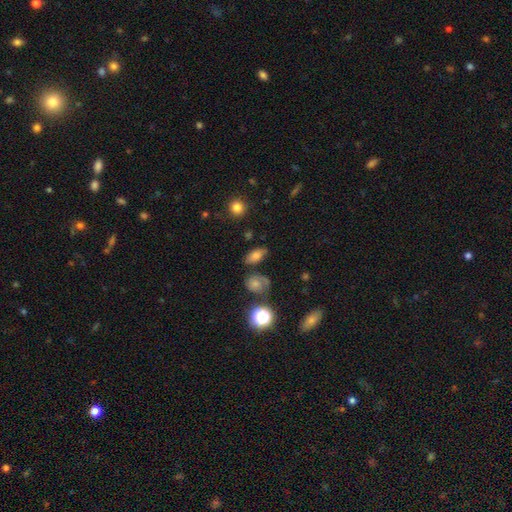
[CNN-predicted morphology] This appears to be a smooth galaxy with no disk features (67%) that is in between round and cigar-shaped (82%). Merging: none (69%).